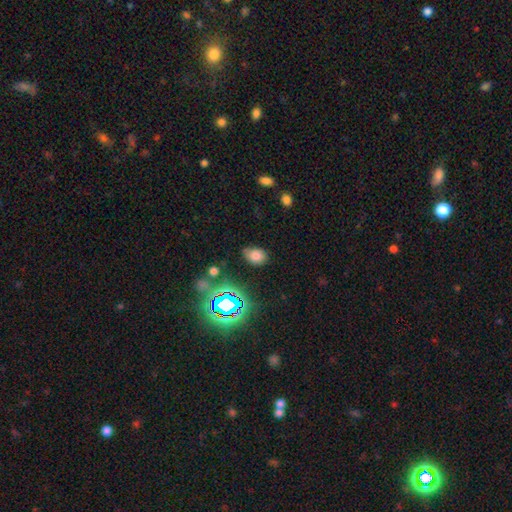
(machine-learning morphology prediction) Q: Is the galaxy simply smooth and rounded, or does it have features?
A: smooth — 72%.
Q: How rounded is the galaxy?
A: in between — 76%.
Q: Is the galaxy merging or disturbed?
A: none — 71%.